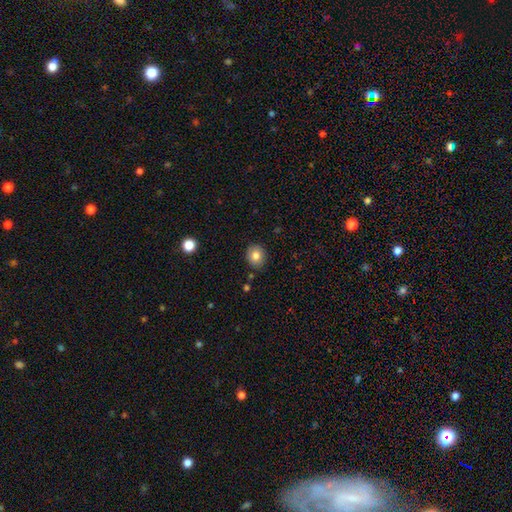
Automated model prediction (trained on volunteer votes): Smooth or featured: smooth — 81% (featured or disk — 10%)
How rounded: round — 69% (in between — 30%)
Merging: none — 87% (minor disturbance — 9%)